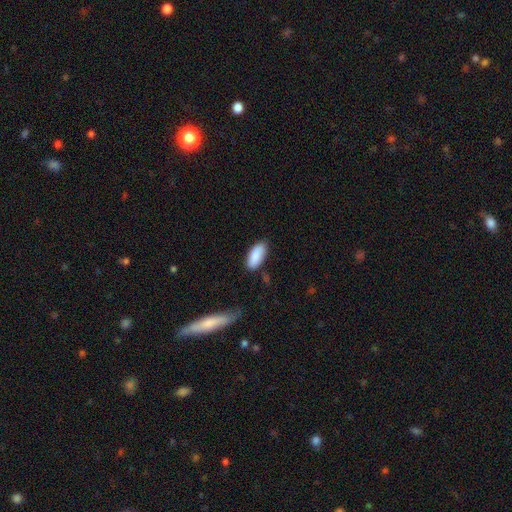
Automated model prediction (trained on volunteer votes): Q: Smooth or featured?
A: smooth (87%); runner-up: featured or disk (7%)
Q: How rounded?
A: in between (88%); runner-up: cigar-shaped (10%)
Q: Merging?
A: none (81%); runner-up: minor disturbance (14%)